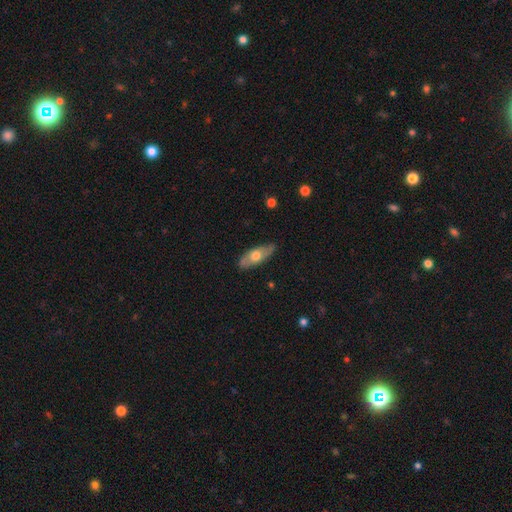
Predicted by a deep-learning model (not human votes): smooth_or_featured: smooth (p=0.52) [alt: featured or disk p=0.42]
how_rounded: in between (p=0.72) [alt: cigar-shaped p=0.25]
merging: none (p=0.82) [alt: minor disturbance p=0.15]